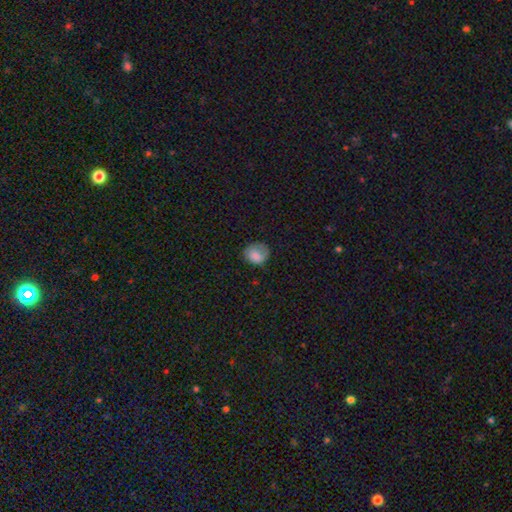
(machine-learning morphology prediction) A smooth galaxy with no disk features (79%) that is round (68%). Merging: none (62%).